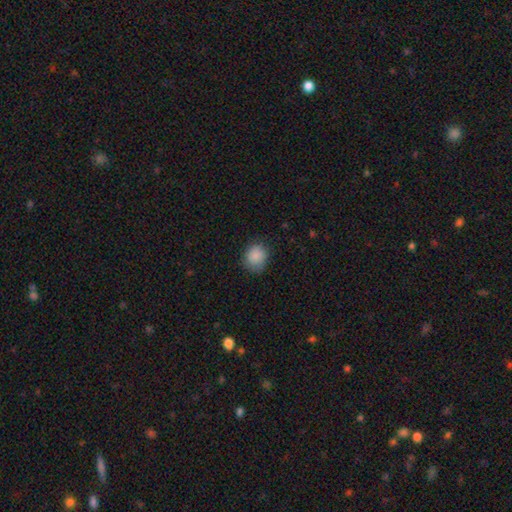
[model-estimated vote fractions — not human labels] A smooth galaxy with no disk features (88%) that is round (73%). Merging: none (79%).